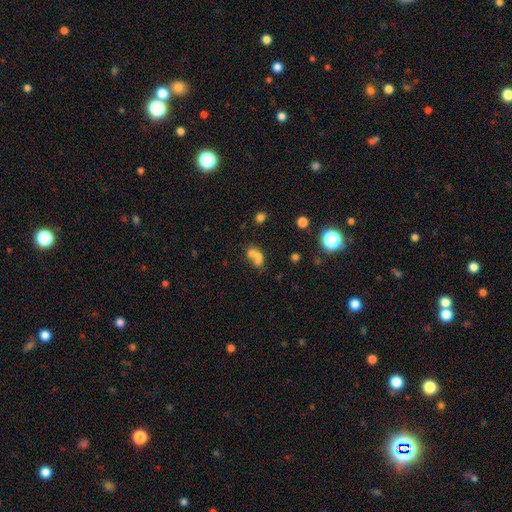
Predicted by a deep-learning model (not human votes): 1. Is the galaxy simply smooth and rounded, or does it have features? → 61% smooth, 22% featured or disk, 16% star or artifact.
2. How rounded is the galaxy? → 50% in between, 47% round, 3% cigar-shaped.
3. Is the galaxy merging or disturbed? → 64% merger, 23% none, 7% minor disturbance, 7% major disturbance.